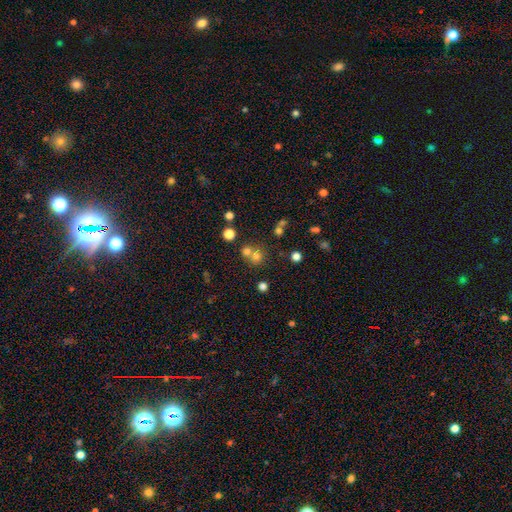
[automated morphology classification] This appears to be a smooth galaxy with no disk features (67%) that is round (86%). Merging: none (50%).